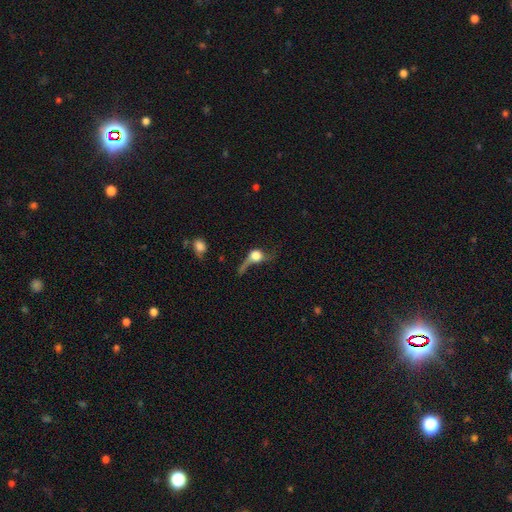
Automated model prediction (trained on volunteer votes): Overall: smooth (49%; featured or disk 38%). Merging: major disturbance (48%; none 24%).